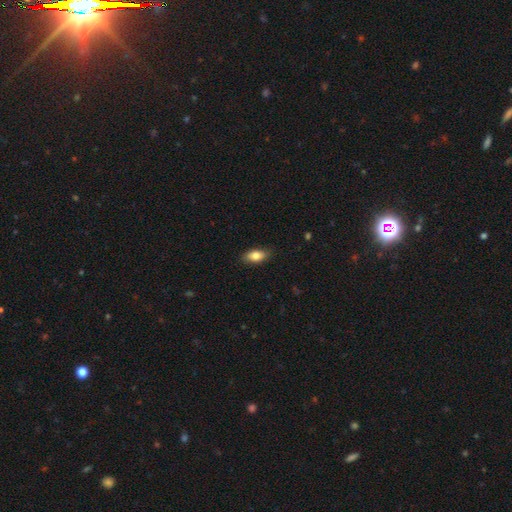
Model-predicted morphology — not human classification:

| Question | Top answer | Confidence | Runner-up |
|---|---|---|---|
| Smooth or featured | smooth | 83% | featured or disk (10%) |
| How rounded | in between | 89% | cigar-shaped (7%) |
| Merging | none | 85% | minor disturbance (11%) |